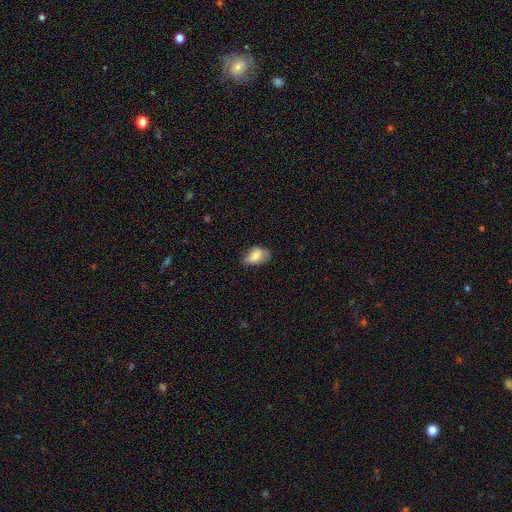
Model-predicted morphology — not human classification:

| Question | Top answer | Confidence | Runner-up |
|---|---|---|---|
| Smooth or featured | smooth | 77% | featured or disk (15%) |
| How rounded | in between | 89% | round (8%) |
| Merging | none | 54% | minor disturbance (34%) |